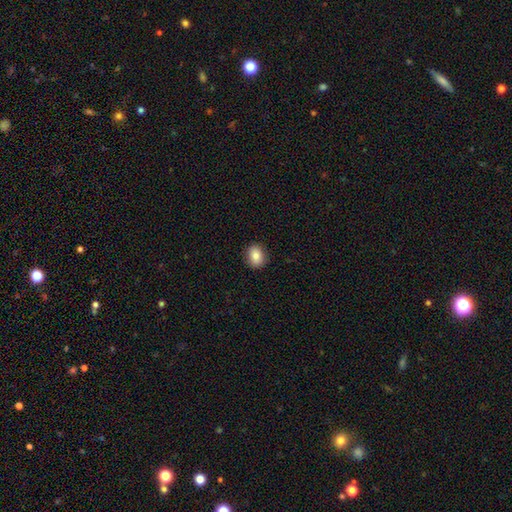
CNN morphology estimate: smooth 85%, star or artifact 8%, featured or disk 7%. Down the decision tree: how rounded — in between (54%); merging — none (89%).